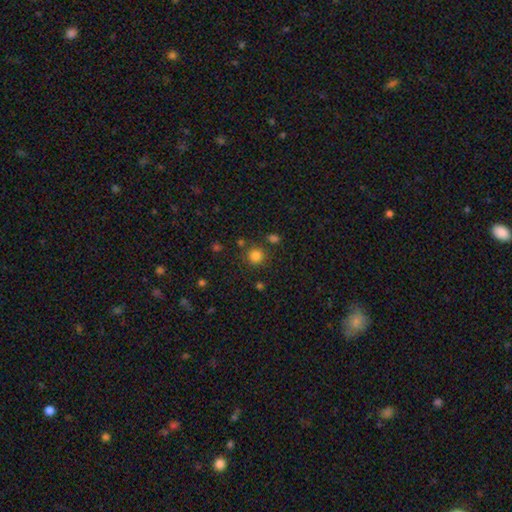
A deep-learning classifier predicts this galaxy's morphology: This is clearly a smooth galaxy (82%). How rounded: clearly round (92%). Merging: clearly none (82%).